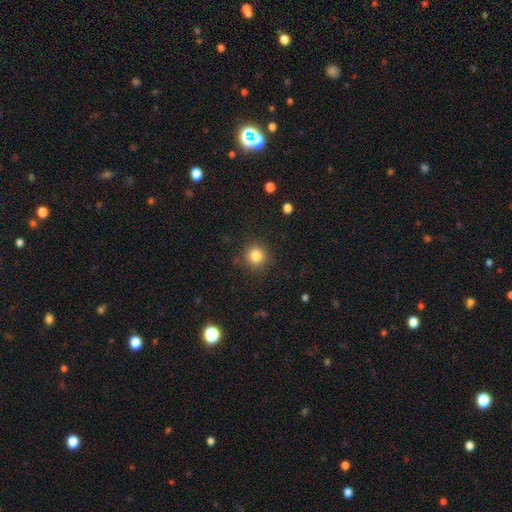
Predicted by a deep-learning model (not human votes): Smooth or featured? Predicted: smooth (p=0.83). How rounded? Predicted: round (p=0.93). Merging? Predicted: none (p=0.88).